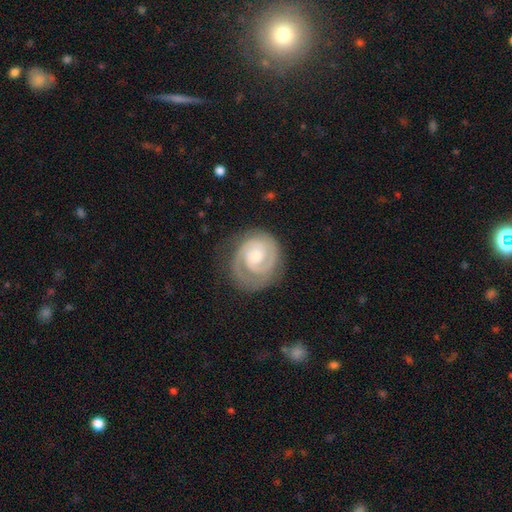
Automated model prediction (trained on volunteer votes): Overall: featured or disk (86%). Edge-on disk: no (98%). Bar: no (62%; weak 31%). Spiral arms: yes (97%). Spiral arm count: 2 (65%). Spiral winding: tight (71%). Bulge size: small (50%; moderate 42%). Merging: none (76%).